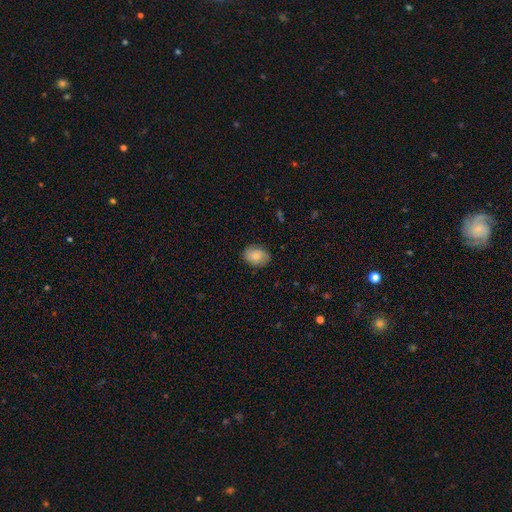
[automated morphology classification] Smooth or featured? Predicted: smooth (p=0.79). How rounded? Predicted: in between (p=0.69). Merging? Predicted: none (p=0.81).